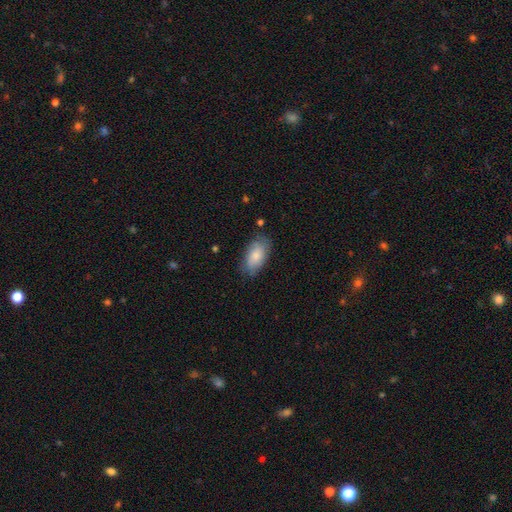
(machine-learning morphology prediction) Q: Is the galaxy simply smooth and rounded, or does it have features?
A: smooth — 75%.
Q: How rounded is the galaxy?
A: in between — 93%.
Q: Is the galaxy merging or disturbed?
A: none — 70%.